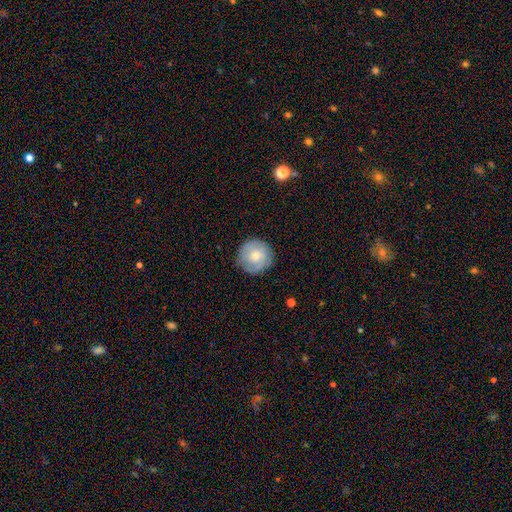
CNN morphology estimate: Smooth or featured? Predicted: smooth (p=0.49). Merging? Predicted: none (p=0.84).